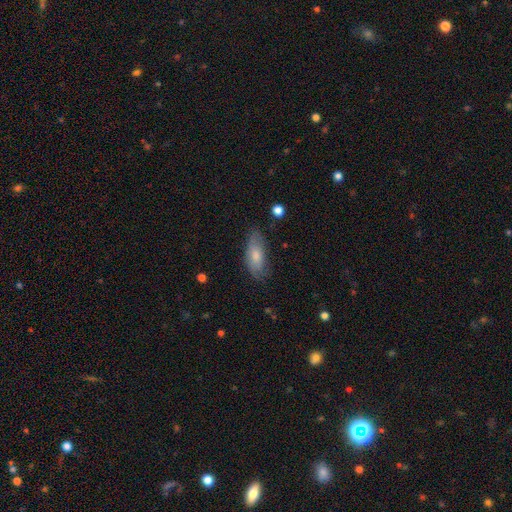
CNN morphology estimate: smooth_or_featured: smooth (p=0.72) [alt: featured or disk p=0.22]
how_rounded: in between (p=0.80) [alt: cigar-shaped p=0.17]
merging: none (p=0.69) [alt: minor disturbance p=0.24]